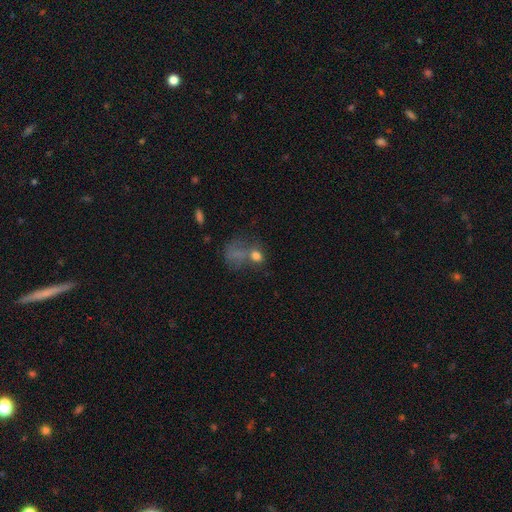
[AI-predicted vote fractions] smooth 70%, star or artifact 15%, featured or disk 15%. Down the decision tree: how rounded — in between (50%); merging — merger (36%).